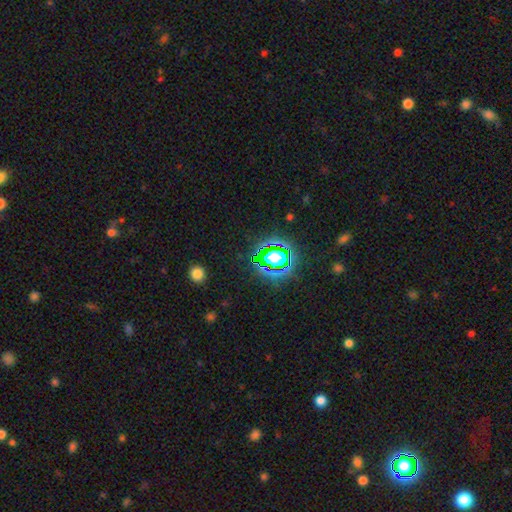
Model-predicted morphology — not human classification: Q: Smooth or featured?
A: star or artifact (79%); runner-up: smooth (14%)